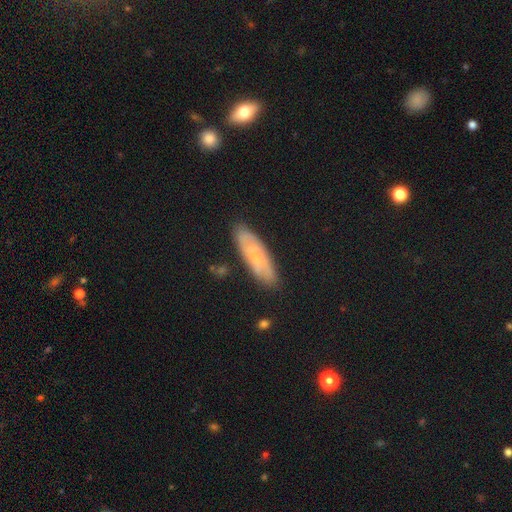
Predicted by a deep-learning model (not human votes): Morphology: type=smooth (53%); roundness=cigar-shaped (55%); merging=none (82%).